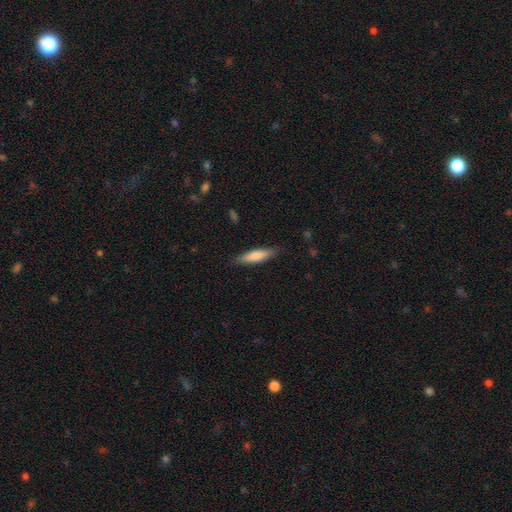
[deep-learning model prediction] Smooth or featured? Predicted: smooth (p=0.77). How rounded? Predicted: cigar-shaped (p=0.72). Merging? Predicted: none (p=0.85).